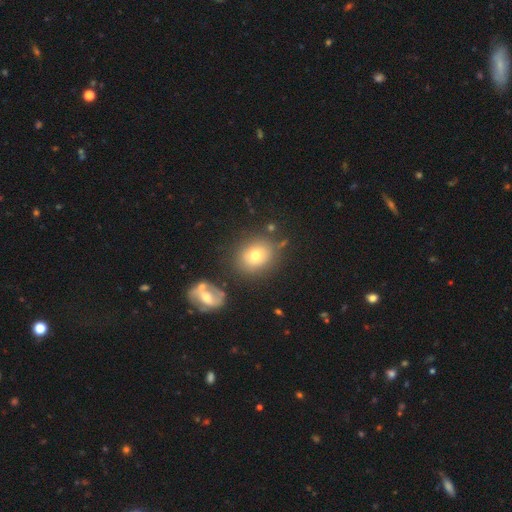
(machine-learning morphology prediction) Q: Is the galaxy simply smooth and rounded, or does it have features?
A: smooth — 72%.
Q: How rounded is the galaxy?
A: round — 63%.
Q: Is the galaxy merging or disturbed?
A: none — 75%.